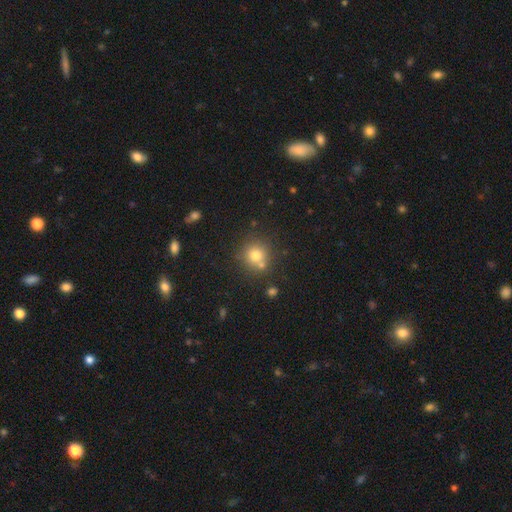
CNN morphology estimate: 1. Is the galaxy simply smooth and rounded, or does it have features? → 75% smooth, 14% star or artifact, 11% featured or disk.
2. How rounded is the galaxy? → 89% round, 10% in between, 1% cigar-shaped.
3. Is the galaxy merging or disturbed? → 66% none, 20% merger, 11% minor disturbance, 3% major disturbance.